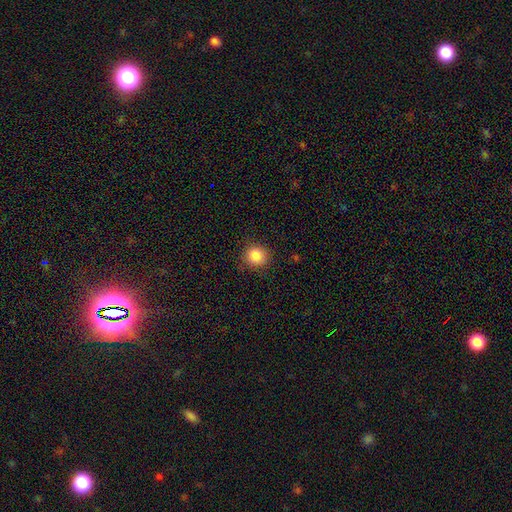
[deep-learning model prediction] Smooth or featured? Predicted: smooth (p=0.85). How rounded? Predicted: round (p=0.90). Merging? Predicted: none (p=0.88).